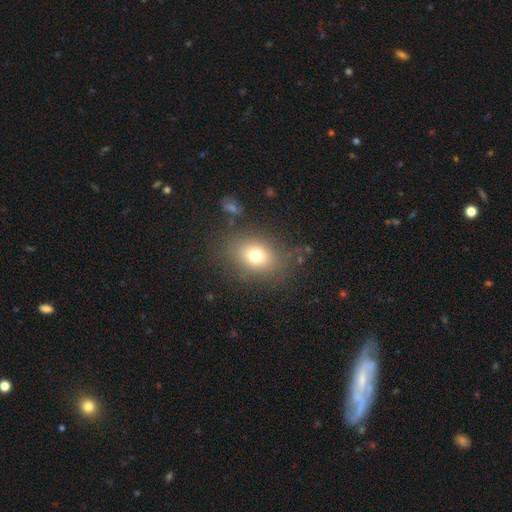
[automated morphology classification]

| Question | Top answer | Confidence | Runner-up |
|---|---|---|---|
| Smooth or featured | smooth | 73% | star or artifact (14%) |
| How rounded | in between | 57% | round (41%) |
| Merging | none | 79% | minor disturbance (12%) |